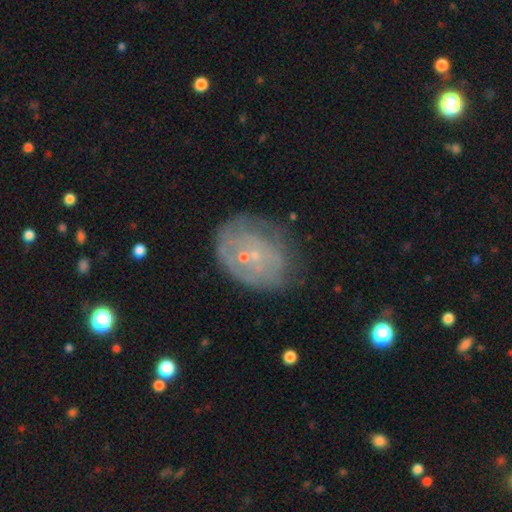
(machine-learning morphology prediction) featured or disk 65%, smooth 26%, star or artifact 10%. Down the decision tree: edge-on disk — no (96%); bar — no (78%); spiral arms — yes (62%); bulge size — small (81%); merging — none (59%).